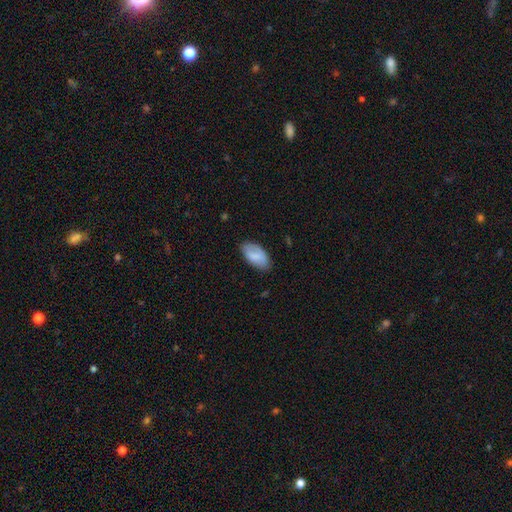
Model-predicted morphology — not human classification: A smooth galaxy with no disk features (75%) that is in between round and cigar-shaped (95%). Merging: none (76%).